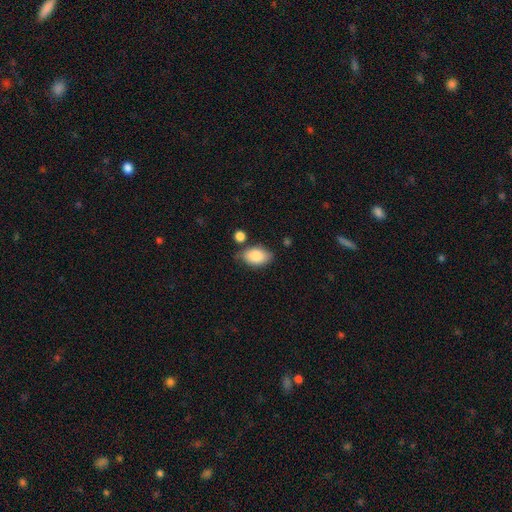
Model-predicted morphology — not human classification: A smooth galaxy with no disk features (85%) that is in between round and cigar-shaped (90%). Merging: none (69%).